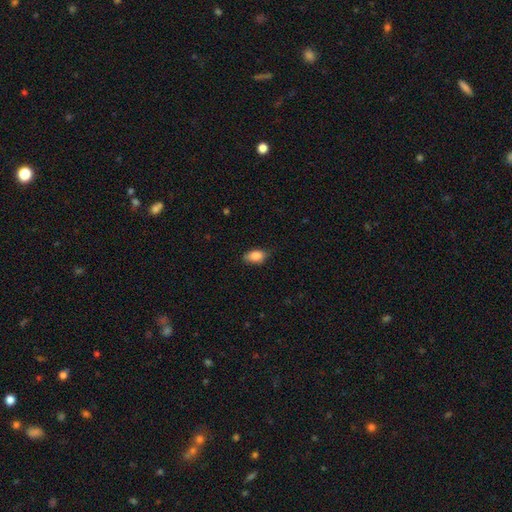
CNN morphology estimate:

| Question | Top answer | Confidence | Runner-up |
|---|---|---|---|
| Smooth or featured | smooth | 86% | star or artifact (8%) |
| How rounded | in between | 88% | round (9%) |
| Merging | none | 73% | minor disturbance (22%) |